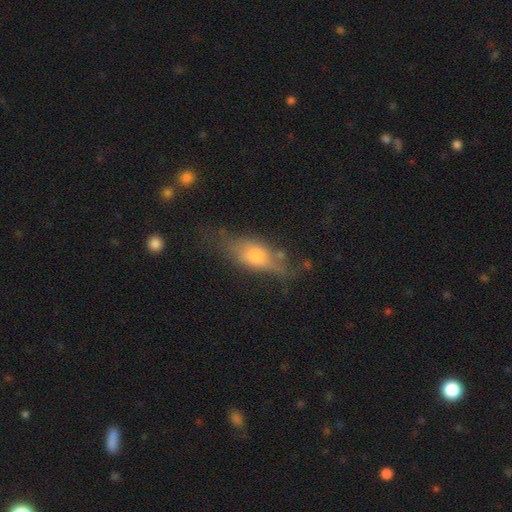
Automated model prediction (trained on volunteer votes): Smooth or featured? Predicted: smooth (p=0.47). Merging? Predicted: none (p=0.55).